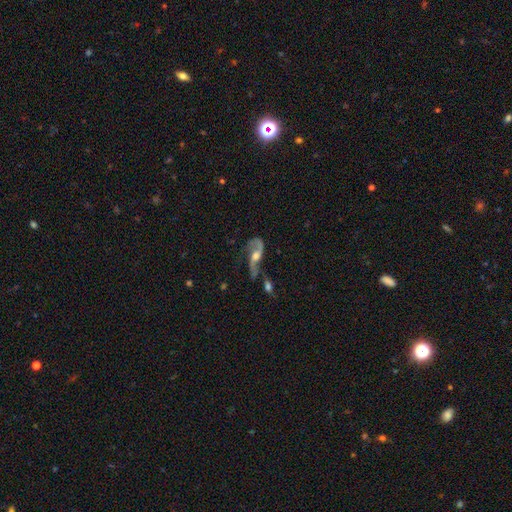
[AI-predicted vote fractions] Morphology: type=featured or disk (78%); edge-on=no (91%); bar=no (54%); spiral arms=yes (88%); winding=loose (73%); arm count=2 (82%); bulge=moderate (59%); merging=none (30%).